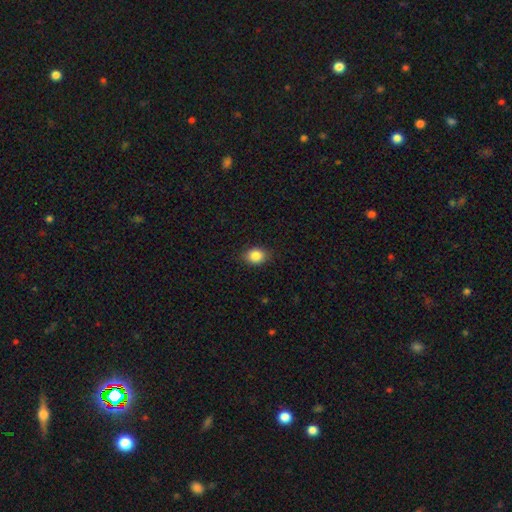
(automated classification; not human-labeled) Smooth or featured? smooth (86%)
How rounded? in between (57%)
Merging? none (86%)